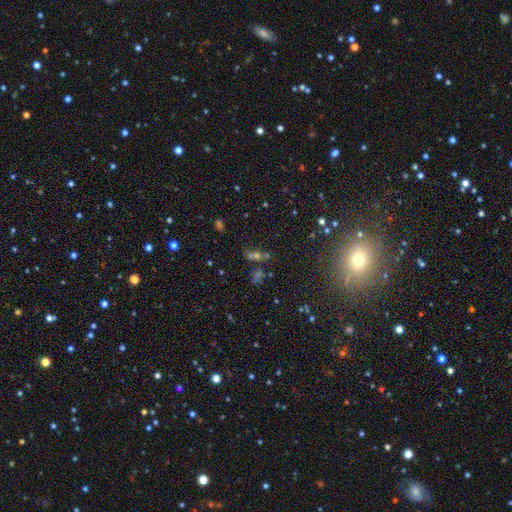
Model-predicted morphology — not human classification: type=star or artifact (45%).